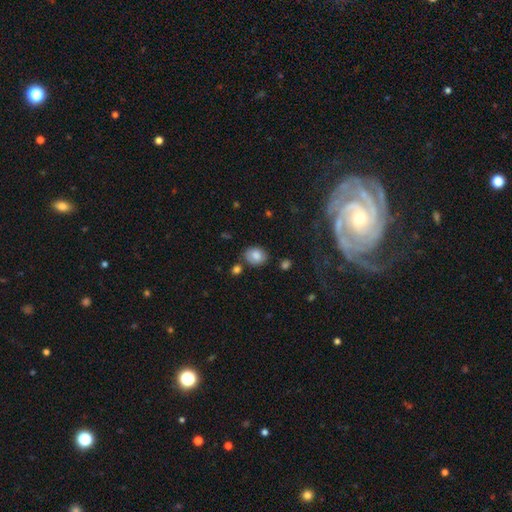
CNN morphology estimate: Smooth or featured? Predicted: smooth (p=0.82). How rounded? Predicted: in between (p=0.50). Merging? Predicted: none (p=0.77).